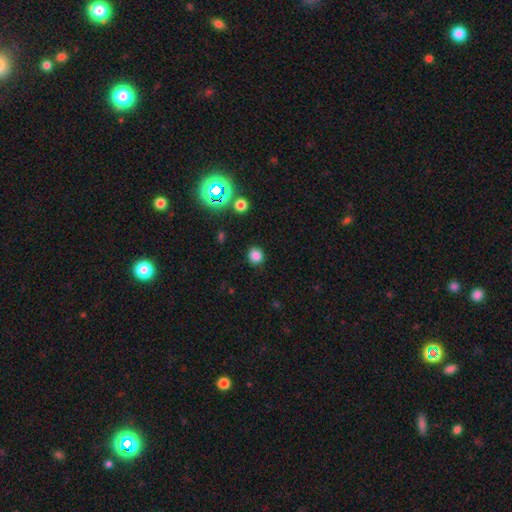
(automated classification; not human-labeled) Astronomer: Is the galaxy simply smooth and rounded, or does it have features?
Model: smooth — 80%.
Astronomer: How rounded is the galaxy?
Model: round — 86%.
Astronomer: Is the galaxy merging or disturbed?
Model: none — 87%.